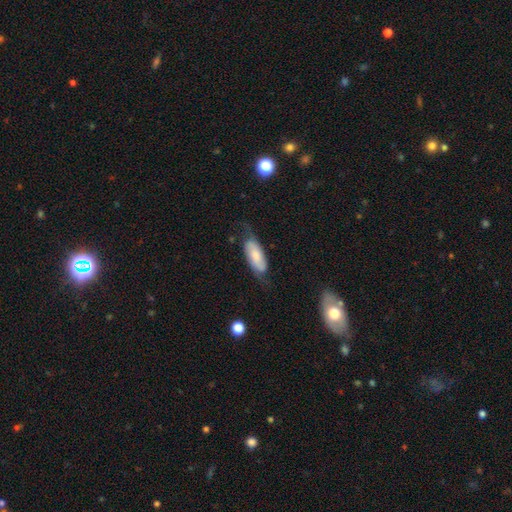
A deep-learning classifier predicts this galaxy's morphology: Overall: smooth (54%; featured or disk 40%). How rounded: in between (79%). Merging: none (56%; minor disturbance 28%).